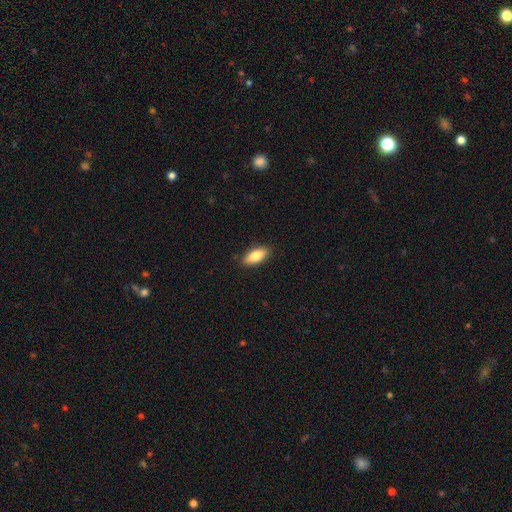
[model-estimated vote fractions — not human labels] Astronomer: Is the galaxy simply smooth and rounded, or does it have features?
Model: smooth — 82%.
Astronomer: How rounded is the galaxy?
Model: in between — 80%.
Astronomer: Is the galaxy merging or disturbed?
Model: none — 89%.